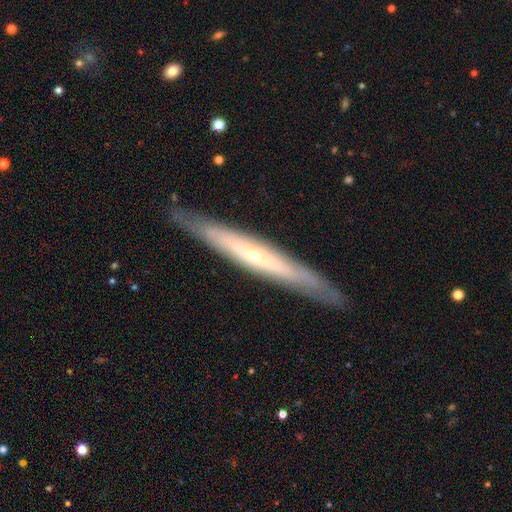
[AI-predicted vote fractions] Smooth or featured?
  - featured or disk: 61% *
  - smooth: 32%
  - star or artifact: 6%
Edge-on disk?
  - yes: 87% *
  - no: 13%
Edge-on bulge?
  - none: 64% *
  - rounded: 30%
  - boxy: 7%
Merging?
  - none: 88% *
  - minor disturbance: 9%
  - major disturbance: 2%
  - merger: 1%